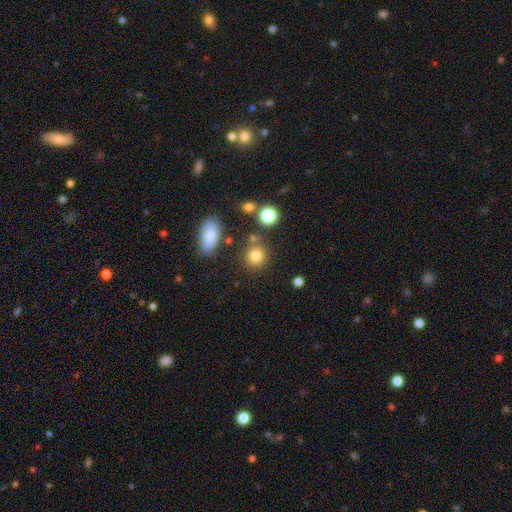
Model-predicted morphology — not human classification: smooth 80%, star or artifact 13%, featured or disk 7%. Down the decision tree: how rounded — round (85%); merging — none (77%).